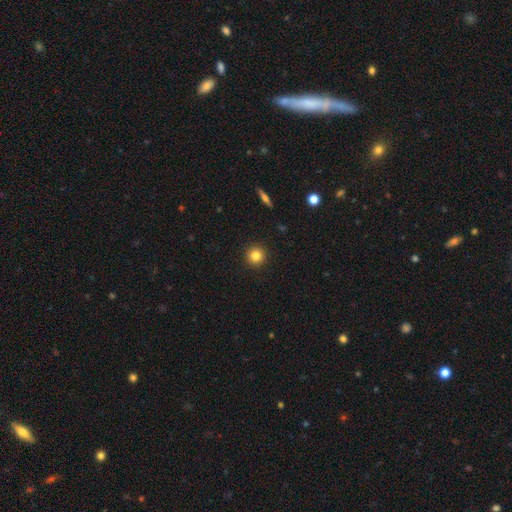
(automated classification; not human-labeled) Overall: smooth (82%). How rounded: round (95%). Merging: none (93%).